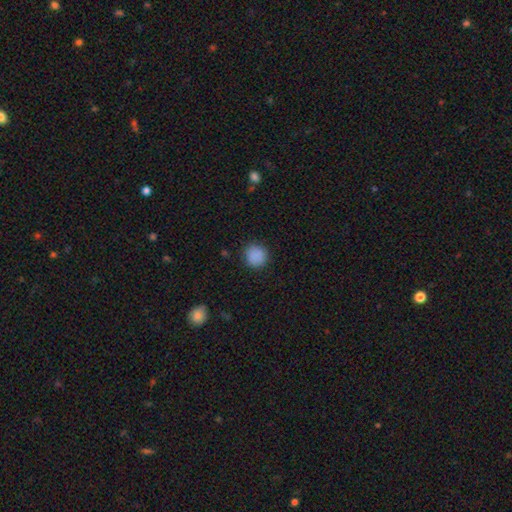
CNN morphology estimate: smooth 86%, star or artifact 10%, featured or disk 4%. Down the decision tree: how rounded — round (90%); merging — none (87%).